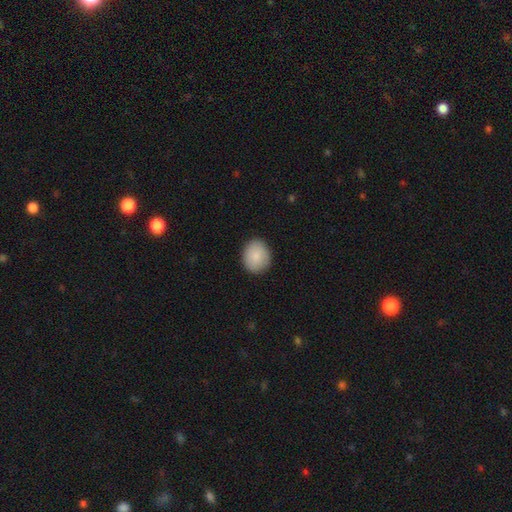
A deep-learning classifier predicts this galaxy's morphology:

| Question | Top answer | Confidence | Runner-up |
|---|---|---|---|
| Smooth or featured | smooth | 87% | star or artifact (7%) |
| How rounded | round | 66% | in between (33%) |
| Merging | none | 88% | minor disturbance (9%) |